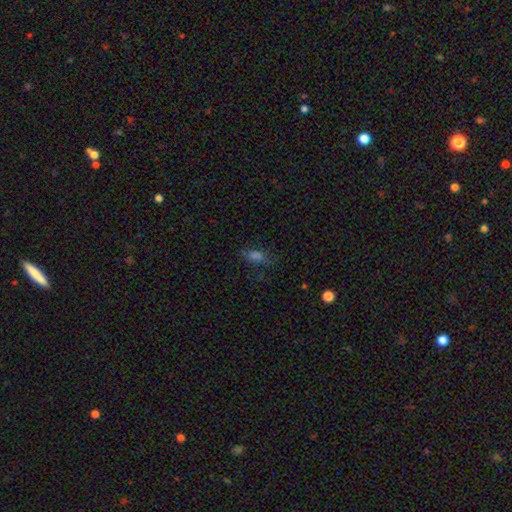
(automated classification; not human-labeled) A smooth galaxy with no disk features (61%) that is in between round and cigar-shaped (76%). Merging: none (69%).